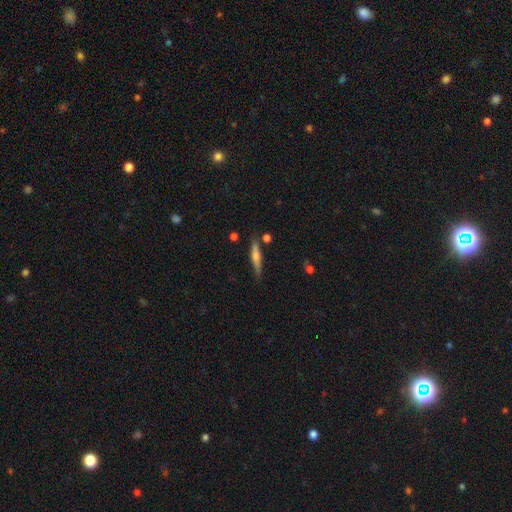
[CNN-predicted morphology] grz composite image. It shows a featured or disk galaxy (51%) viewed edge-on (95%). Merging: none (81%).